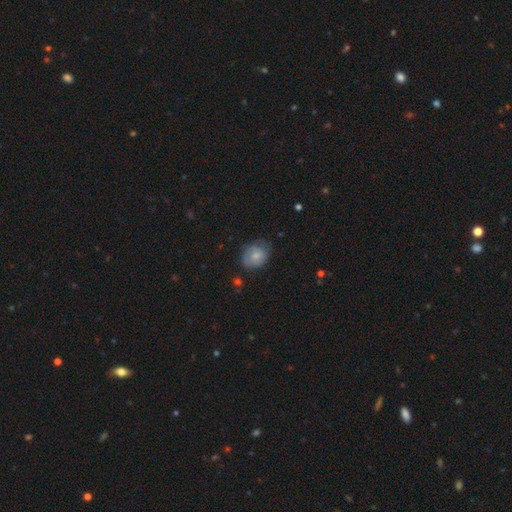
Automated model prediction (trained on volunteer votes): Smooth or featured?
  - smooth: 71% *
  - featured or disk: 22%
  - star or artifact: 8%
How rounded?
  - in between: 54% *
  - round: 45%
  - cigar-shaped: 1%
Merging?
  - none: 60% *
  - minor disturbance: 30%
  - major disturbance: 9%
  - merger: 2%